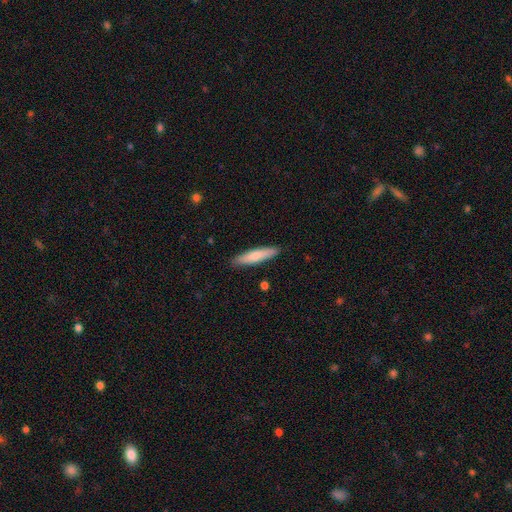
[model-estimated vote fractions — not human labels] A smooth galaxy with no disk features (73%) that is cigar-shaped (83%). Merging: none (89%).